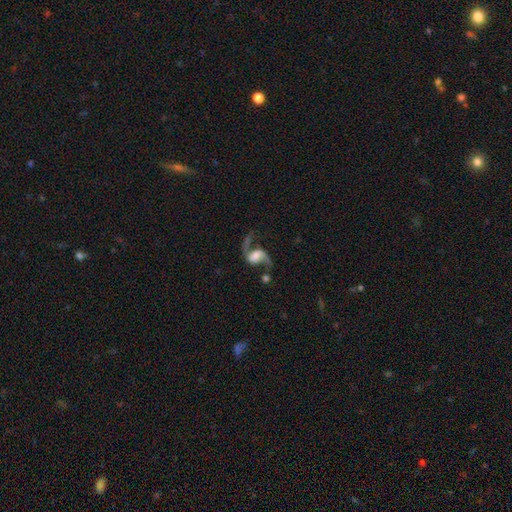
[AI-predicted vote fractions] smooth_or_featured: featured or disk (p=0.84) [alt: smooth p=0.09]
disk_edge_on: no (p=0.97) [alt: yes p=0.03]
bar: weak (p=0.41) [alt: no p=0.40]
has_spiral_arms: yes (p=0.95) [alt: no p=0.05]
spiral_winding: loose (p=0.81) [alt: medium p=0.16]
spiral_arm_count: 2 (p=0.90) [alt: 1 p=0.06]
bulge_size: moderate (p=0.26) [tied with: large p=0.26]
merging: none (p=0.57) [alt: major disturbance p=0.18]